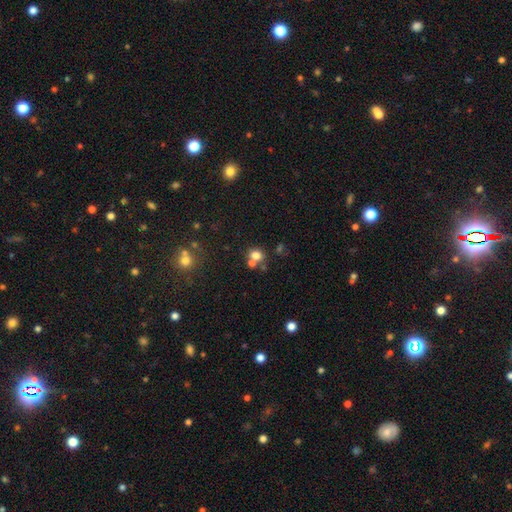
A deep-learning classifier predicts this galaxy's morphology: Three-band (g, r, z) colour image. It shows a smooth galaxy with no disk features (74%) that is round (69%). Merging: none (53%).